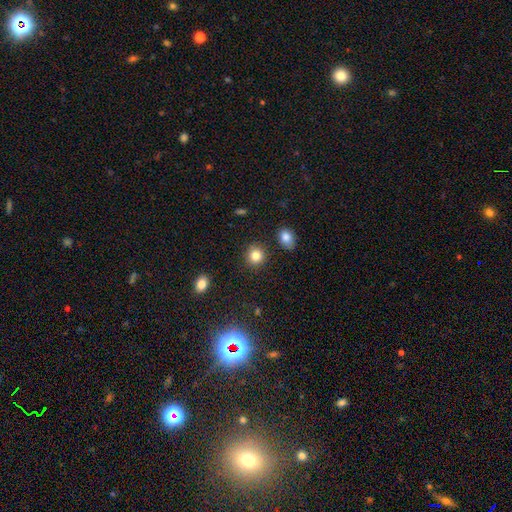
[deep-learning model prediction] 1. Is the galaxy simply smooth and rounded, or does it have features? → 83% smooth, 10% star or artifact, 6% featured or disk.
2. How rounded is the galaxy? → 88% round, 11% in between, 1% cigar-shaped.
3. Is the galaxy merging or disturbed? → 88% none, 7% minor disturbance, 3% merger, 2% major disturbance.